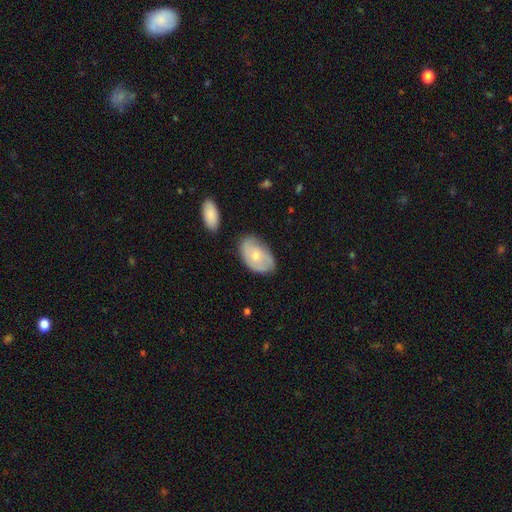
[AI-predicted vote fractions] This is possibly a smooth galaxy (54%). How rounded: clearly in between (90%). Merging: likely none (66%).